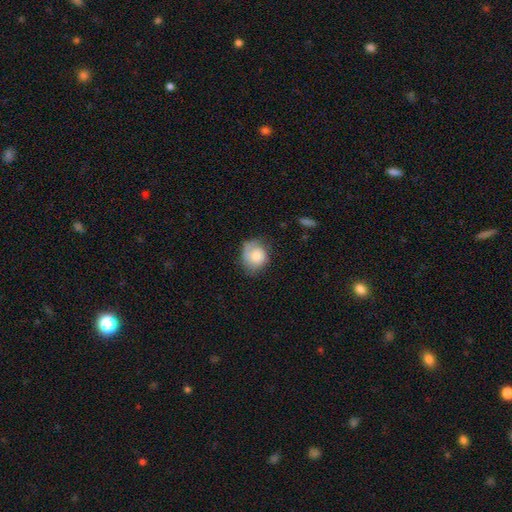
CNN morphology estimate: Overall: smooth (66%). How rounded: round (68%; in between 31%). Merging: none (53%; minor disturbance 31%).